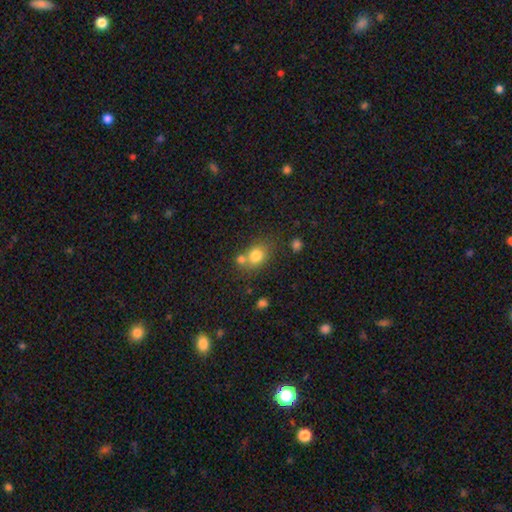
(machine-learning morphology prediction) Q: Smooth or featured?
A: smooth (79%); runner-up: star or artifact (11%)
Q: How rounded?
A: round (61%); runner-up: in between (38%)
Q: Merging?
A: none (54%); runner-up: merger (31%)